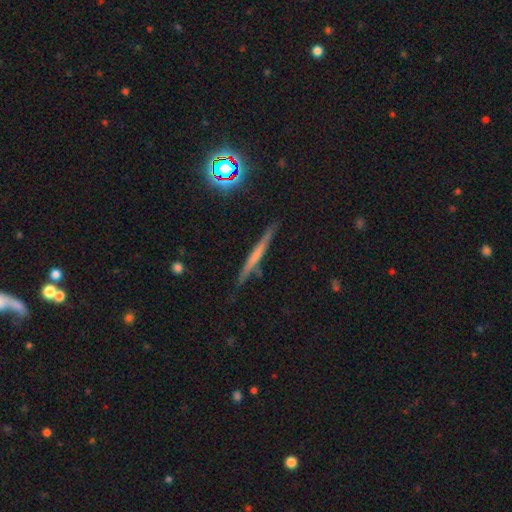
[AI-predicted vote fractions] Smooth or featured?
  - featured or disk: 52% *
  - smooth: 37%
  - star or artifact: 11%
Edge-on disk?
  - yes: 96% *
  - no: 4%
Merging?
  - none: 85% *
  - minor disturbance: 11%
  - major disturbance: 2%
  - merger: 2%